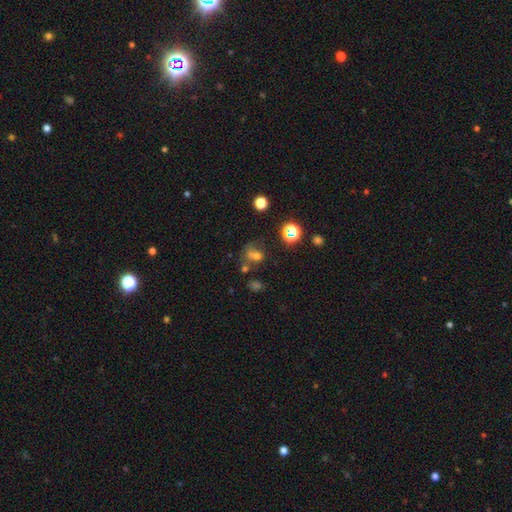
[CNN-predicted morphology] This is possibly a smooth galaxy (54%). How rounded: possibly round (60%). Merging: marginally none (38%).